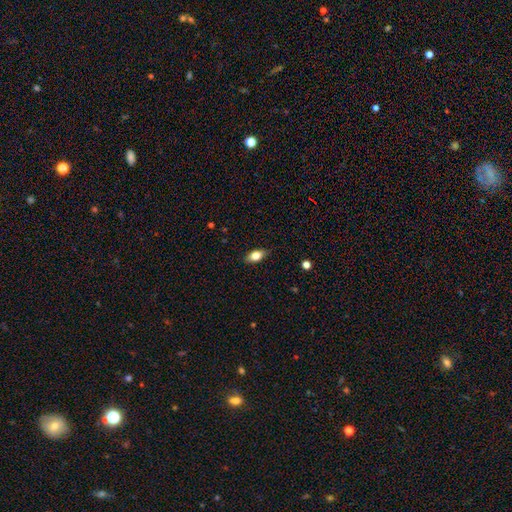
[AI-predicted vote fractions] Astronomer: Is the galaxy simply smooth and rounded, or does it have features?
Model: smooth — 75%.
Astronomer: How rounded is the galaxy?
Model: in between — 84%.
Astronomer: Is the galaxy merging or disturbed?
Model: none — 84%.